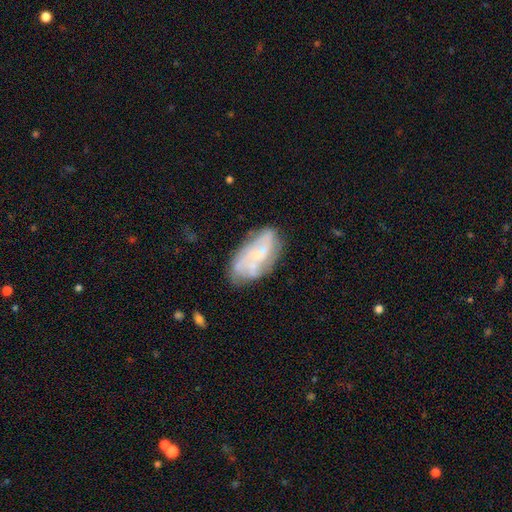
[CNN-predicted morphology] A featured or disk galaxy (61%) with no bar (73%), spiral arms (63%) and a small central bulge (60%).

Vote fractions:
- Smooth or featured? featured or disk: 61% / smooth: 31% / star or artifact: 8%
- Edge-on disk? no: 94% / yes: 6%
- Bar? no: 73% / weak: 22% / strong: 5%
- Spiral arms? yes: 63% / no: 37%
- Bulge size? small: 60% / none: 20% / moderate: 17% / large: 2% / dominant: 1%
- Merging? none: 59% / minor disturbance: 25% / major disturbance: 11% / merger: 5%